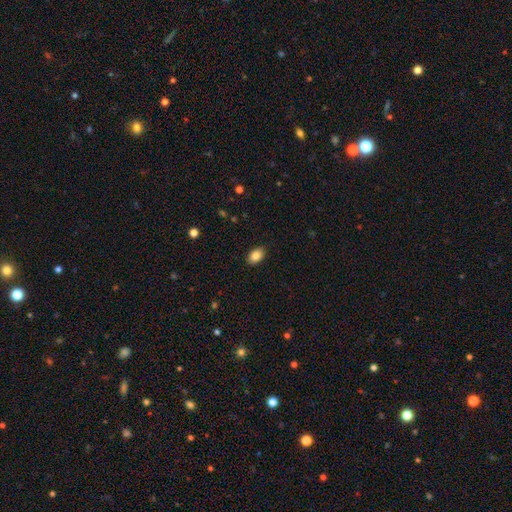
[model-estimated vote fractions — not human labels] The model was most divided on "how rounded": in between: 86%, round: 13%, cigar-shaped: 1%. More confident: merging — none (88%); smooth or featured — smooth (86%).